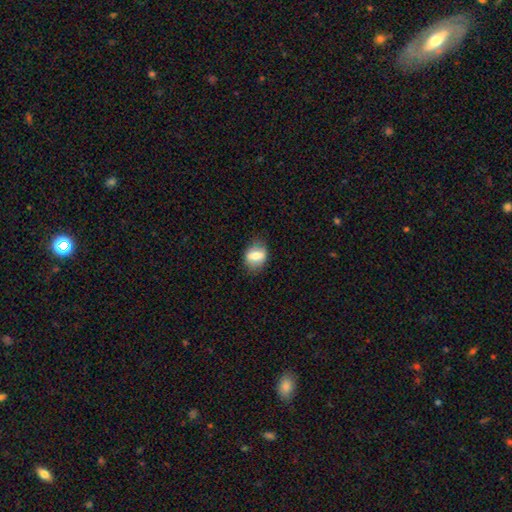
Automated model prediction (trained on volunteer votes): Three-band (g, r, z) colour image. It shows a smooth galaxy with no disk features (65%) that is in between round and cigar-shaped (64%). Merging: none (77%).